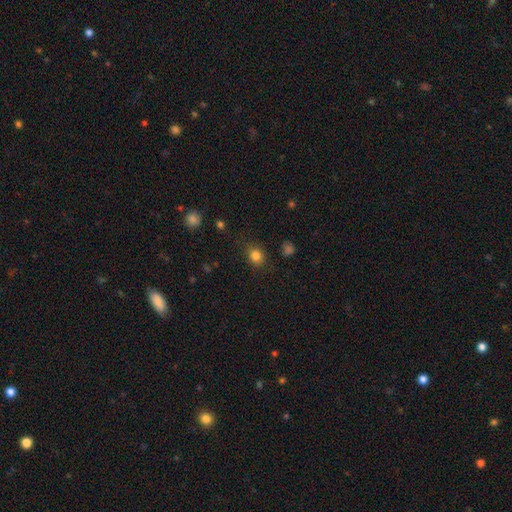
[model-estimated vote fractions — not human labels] smooth_or_featured: smooth (p=0.83) [alt: star or artifact p=0.12]
how_rounded: round (p=0.71) [alt: in between p=0.28]
merging: none (p=0.83) [alt: minor disturbance p=0.12]